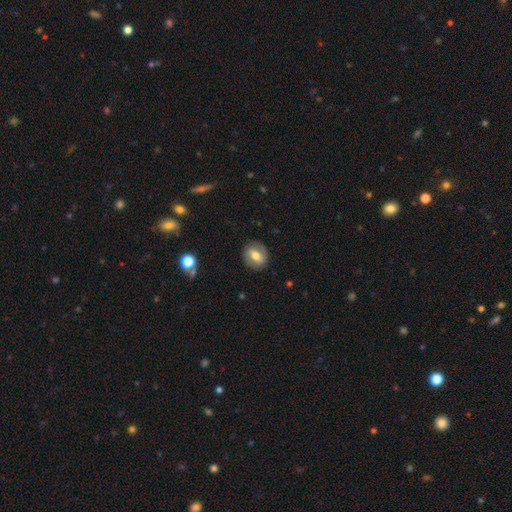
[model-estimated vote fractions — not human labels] The model was most divided on "smooth or featured": smooth: 56%, featured or disk: 36%, star or artifact: 8%. More confident: merging — none (86%); how rounded — round (62%).